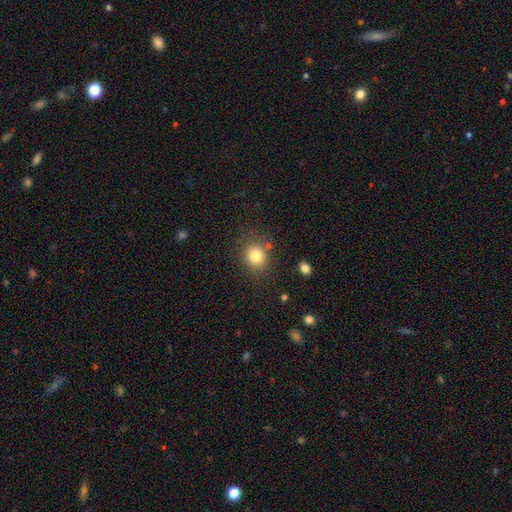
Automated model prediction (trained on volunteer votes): smooth_or_featured: smooth (p=0.81) [alt: star or artifact p=0.11]
how_rounded: round (p=0.75) [alt: in between p=0.24]
merging: none (p=0.81) [alt: minor disturbance p=0.11]